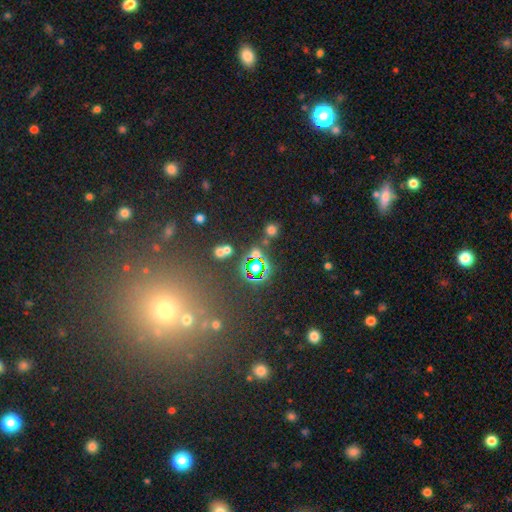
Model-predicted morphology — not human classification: Smooth or featured? star or artifact (52%)